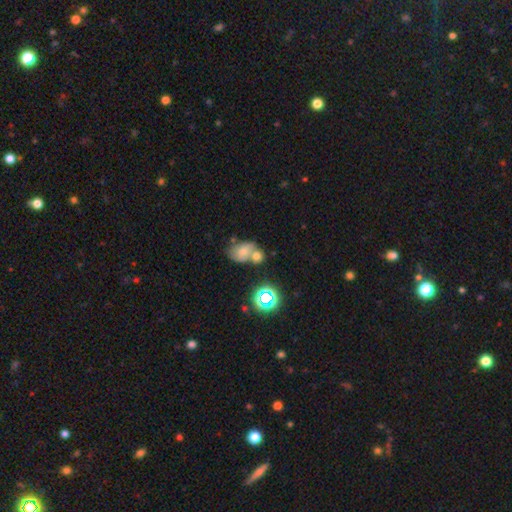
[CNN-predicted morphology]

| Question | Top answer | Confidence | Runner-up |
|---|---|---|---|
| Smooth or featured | smooth | 40% | star or artifact (38%) |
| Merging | none | 54% | merger (25%) |